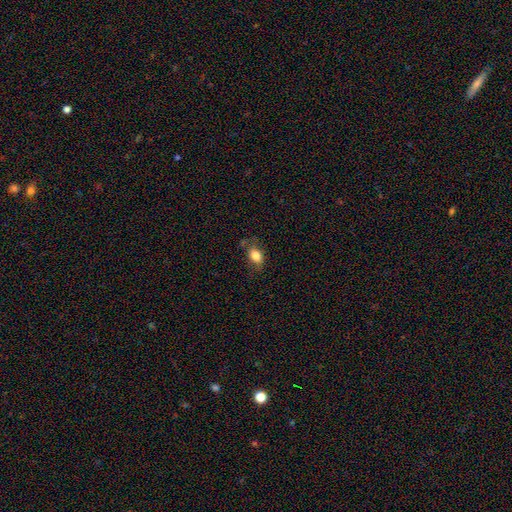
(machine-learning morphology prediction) Q: Smooth or featured?
A: smooth (82%); runner-up: featured or disk (9%)
Q: How rounded?
A: in between (80%); runner-up: round (18%)
Q: Merging?
A: none (65%); runner-up: minor disturbance (24%)